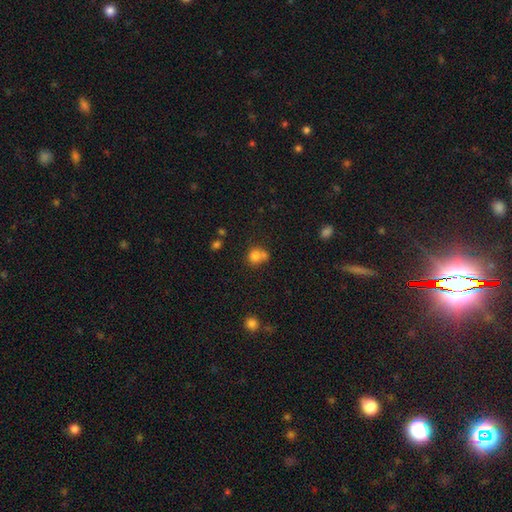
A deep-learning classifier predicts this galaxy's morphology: Overall: smooth (77%). How rounded: round (77%). Merging: merger (48%; none 39%).